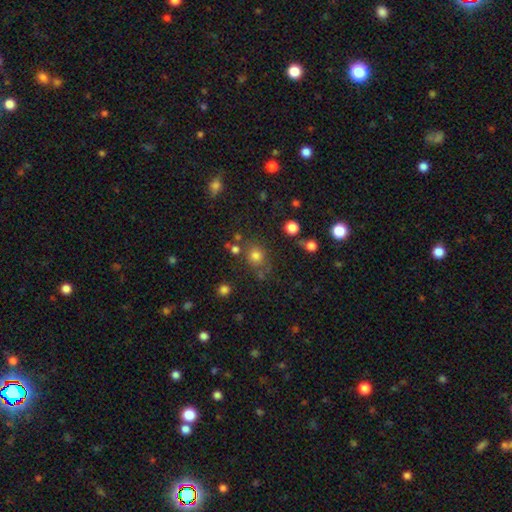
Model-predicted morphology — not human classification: Smooth or featured? smooth (76%)
How rounded? round (79%)
Merging? none (73%)